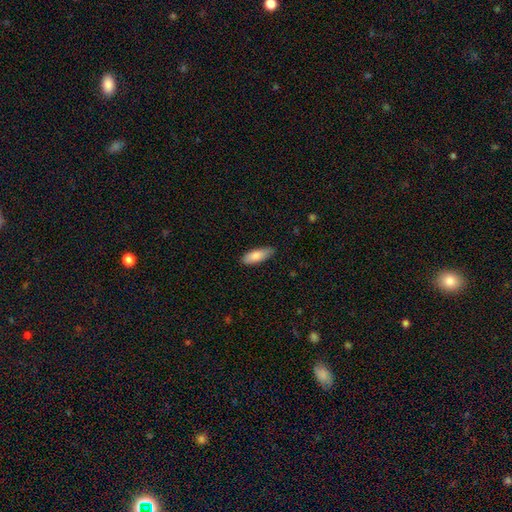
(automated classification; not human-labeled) Smooth or featured?
  - smooth: 83% *
  - featured or disk: 11%
  - star or artifact: 6%
How rounded?
  - in between: 67% *
  - cigar-shaped: 31%
  - round: 2%
Merging?
  - none: 81% *
  - minor disturbance: 16%
  - major disturbance: 2%
  - merger: 1%